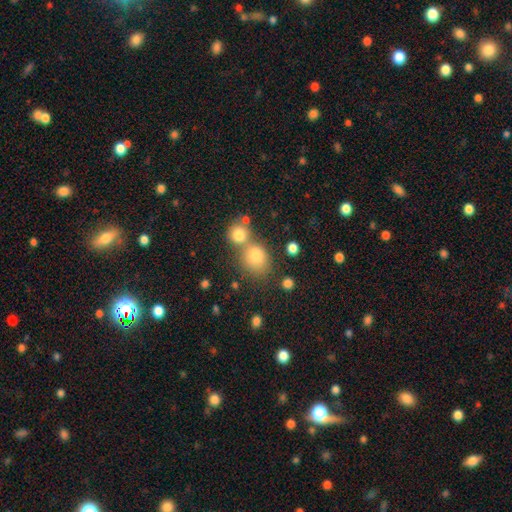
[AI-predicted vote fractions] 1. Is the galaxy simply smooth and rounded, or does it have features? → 79% smooth, 12% star or artifact, 8% featured or disk.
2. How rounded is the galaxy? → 67% round, 32% in between, 1% cigar-shaped.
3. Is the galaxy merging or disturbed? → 45% none, 38% merger, 11% minor disturbance, 5% major disturbance.